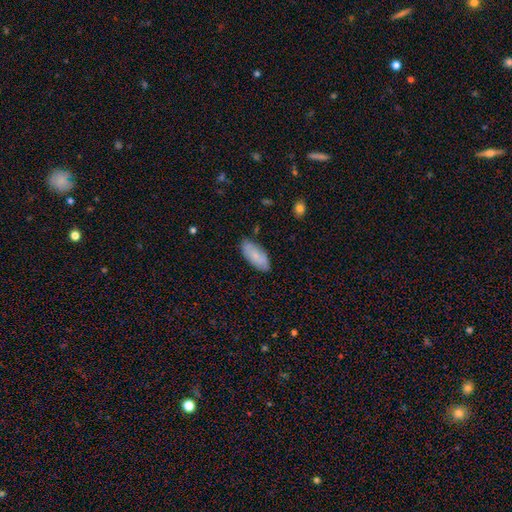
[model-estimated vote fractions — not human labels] This appears to be a smooth galaxy with no disk features (75%) that is in between round and cigar-shaped (89%). Merging: none (81%).